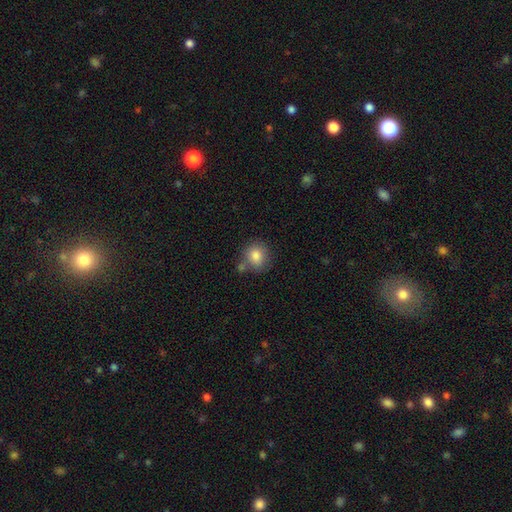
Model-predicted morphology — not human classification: Q: Smooth or featured?
A: smooth (83%); runner-up: star or artifact (9%)
Q: How rounded?
A: round (79%); runner-up: in between (21%)
Q: Merging?
A: none (67%); runner-up: minor disturbance (15%)